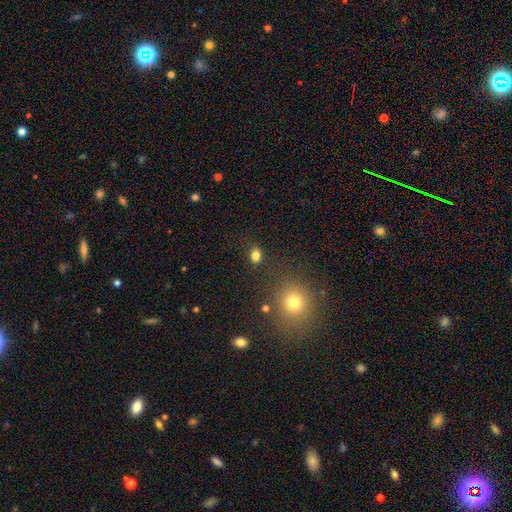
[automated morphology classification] smooth 80%, star or artifact 14%, featured or disk 6%. Down the decision tree: how rounded — in between (66%); merging — none (81%).